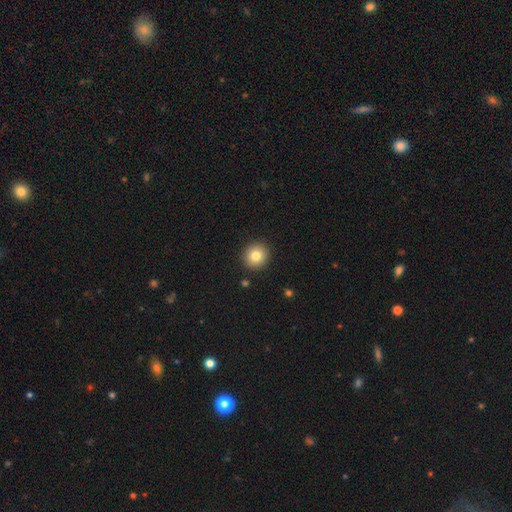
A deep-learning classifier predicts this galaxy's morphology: Smooth or featured? smooth (81%)
How rounded? round (93%)
Merging? none (92%)